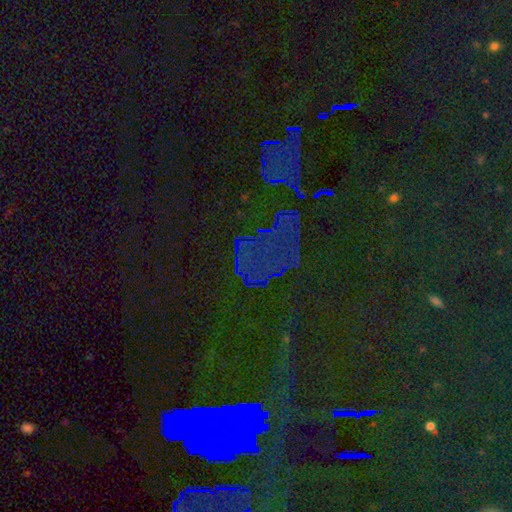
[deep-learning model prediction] Smooth or featured? Predicted: star or artifact (p=0.82).